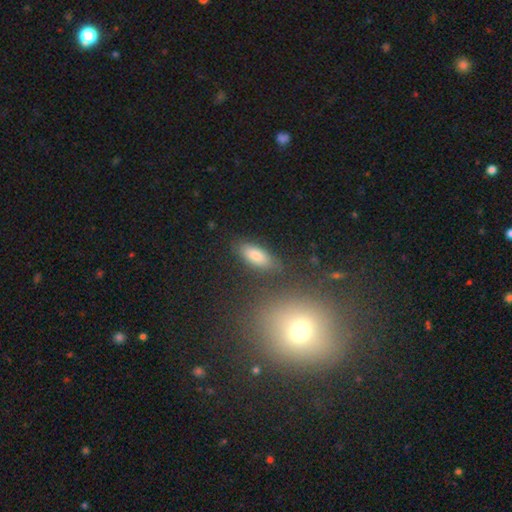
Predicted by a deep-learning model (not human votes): A smooth galaxy with no disk features (78%) that is in between round and cigar-shaped (80%).

Vote fractions:
- Smooth or featured? smooth: 78% / featured or disk: 12% / star or artifact: 11%
- How rounded? in between: 80% / cigar-shaped: 16% / round: 5%
- Merging? none: 83% / minor disturbance: 10% / merger: 4% / major disturbance: 3%